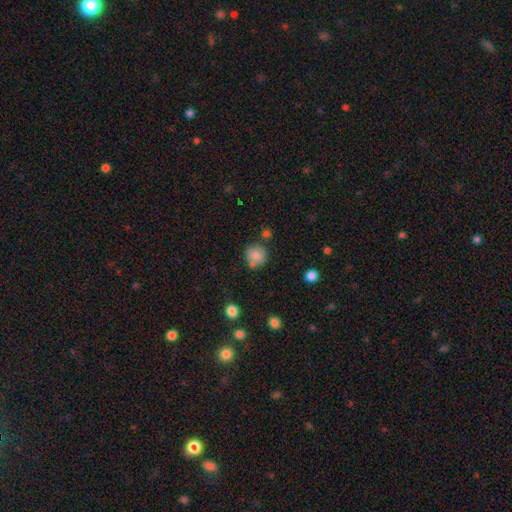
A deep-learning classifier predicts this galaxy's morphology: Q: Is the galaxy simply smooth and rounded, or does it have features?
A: smooth — 83%.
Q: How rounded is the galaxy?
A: round — 90%.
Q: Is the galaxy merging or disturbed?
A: none — 71%.